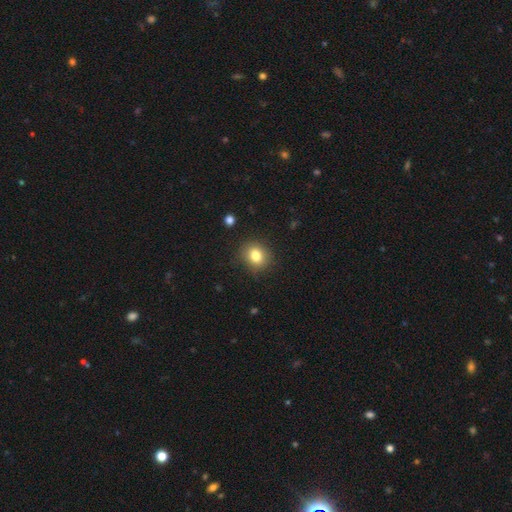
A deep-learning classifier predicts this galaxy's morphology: smooth-or-featured: smooth: 81% | star or artifact: 11% | featured or disk: 8%
  how-rounded: round: 72% | in between: 27% | cigar-shaped: 1%
  merging: none: 86% | minor disturbance: 10% | major disturbance: 3% | merger: 1%